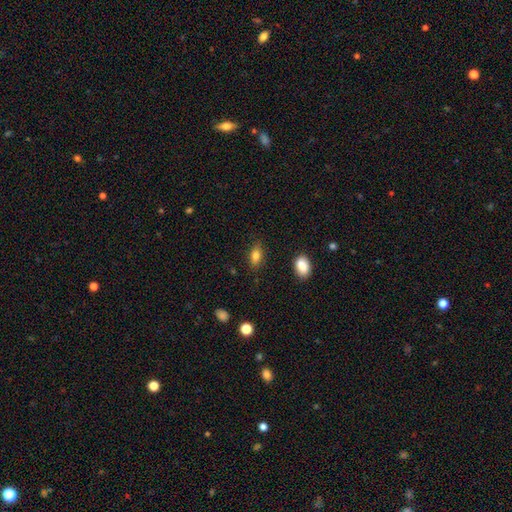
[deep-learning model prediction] smooth_or_featured: smooth (p=0.82) [alt: featured or disk p=0.09]
how_rounded: in between (p=0.85) [alt: round p=0.08]
merging: none (p=0.82) [alt: minor disturbance p=0.13]